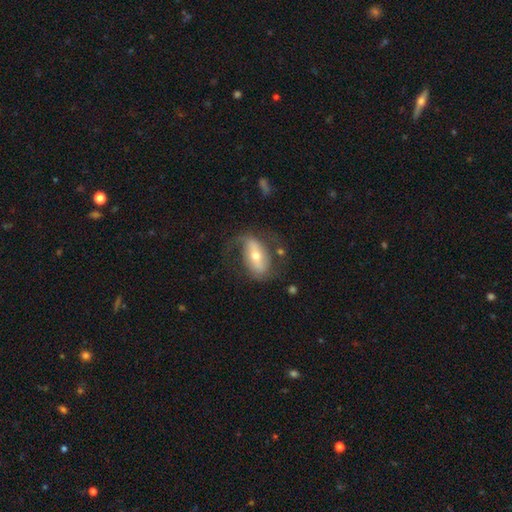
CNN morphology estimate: type=featured or disk (71%); edge-on=no (92%); bar=strong (50%); spiral arms=yes (83%); winding=loose (44%); arm count=2 (77%); bulge=moderate (52%); merging=none (57%).